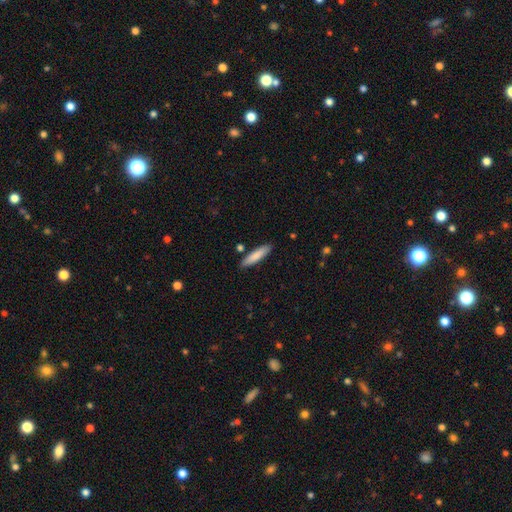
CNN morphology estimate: Q: Smooth or featured?
A: smooth (83%); runner-up: featured or disk (12%)
Q: How rounded?
A: cigar-shaped (81%); runner-up: in between (18%)
Q: Merging?
A: none (86%); runner-up: minor disturbance (9%)